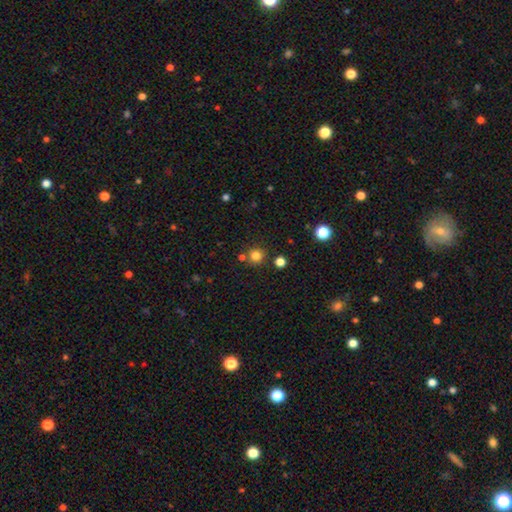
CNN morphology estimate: A smooth galaxy with no disk features (80%) that is round (92%). Merging: none (79%).